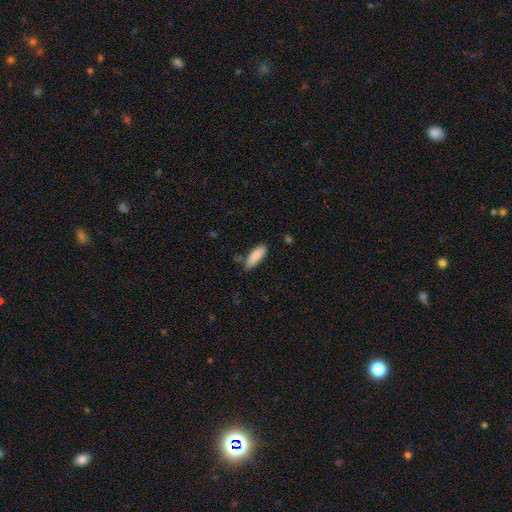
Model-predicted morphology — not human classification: Smooth or featured? Predicted: smooth (p=0.87). How rounded? Predicted: in between (p=0.58). Merging? Predicted: none (p=0.73).